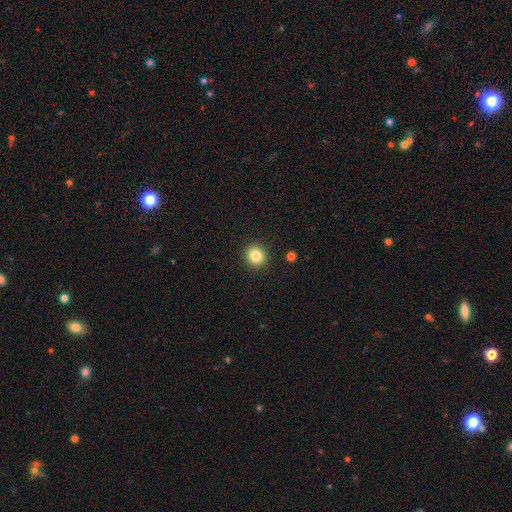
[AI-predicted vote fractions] The model was most divided on "smooth or featured": smooth: 83%, star or artifact: 11%, featured or disk: 6%. More confident: merging — none (92%); how rounded — round (89%).